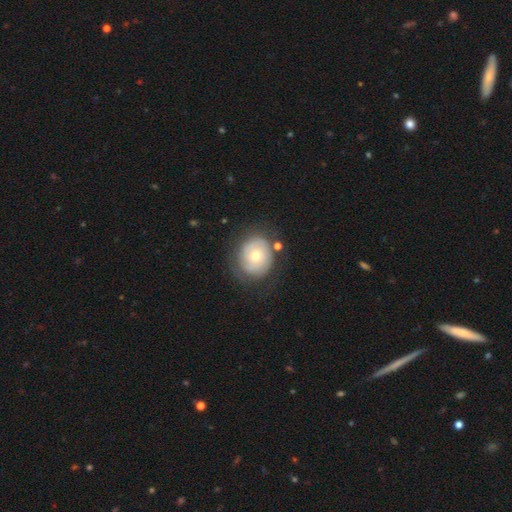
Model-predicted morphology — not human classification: Smooth or featured? Predicted: featured or disk (p=0.50). Edge-on disk? Predicted: no (p=0.97). Merging? Predicted: none (p=0.66).